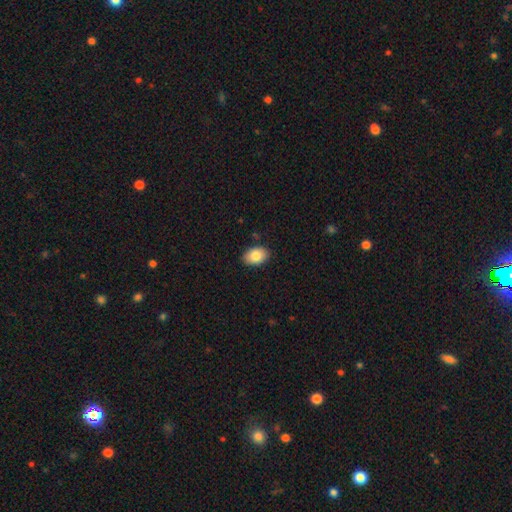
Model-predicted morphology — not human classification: Smooth or featured? smooth (83%)
How rounded? in between (85%)
Merging? none (87%)